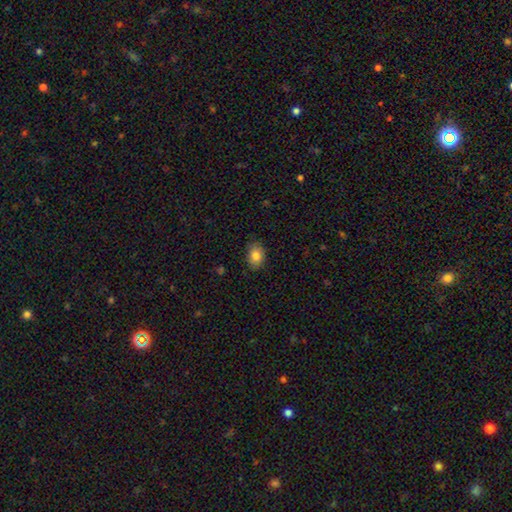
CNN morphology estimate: Q: Smooth or featured?
A: smooth (84%); runner-up: star or artifact (8%)
Q: How rounded?
A: in between (71%); runner-up: round (28%)
Q: Merging?
A: none (83%); runner-up: minor disturbance (13%)